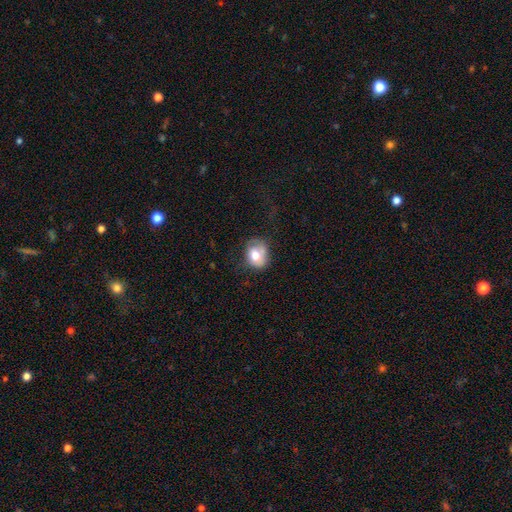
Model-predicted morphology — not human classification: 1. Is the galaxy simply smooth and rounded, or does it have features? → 70% smooth, 22% featured or disk, 9% star or artifact.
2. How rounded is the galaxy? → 53% in between, 46% round, 1% cigar-shaped.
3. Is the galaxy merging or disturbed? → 43% none, 33% minor disturbance, 20% major disturbance, 5% merger.